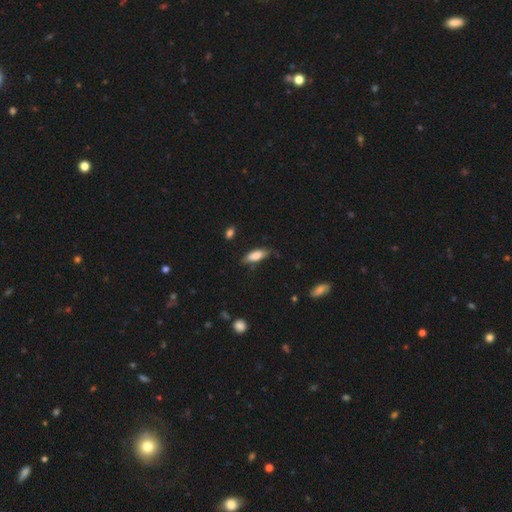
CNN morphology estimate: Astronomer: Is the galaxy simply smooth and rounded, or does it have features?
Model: smooth — 81%.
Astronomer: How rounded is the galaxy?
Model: in between — 73%.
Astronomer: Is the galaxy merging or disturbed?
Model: none — 69%.